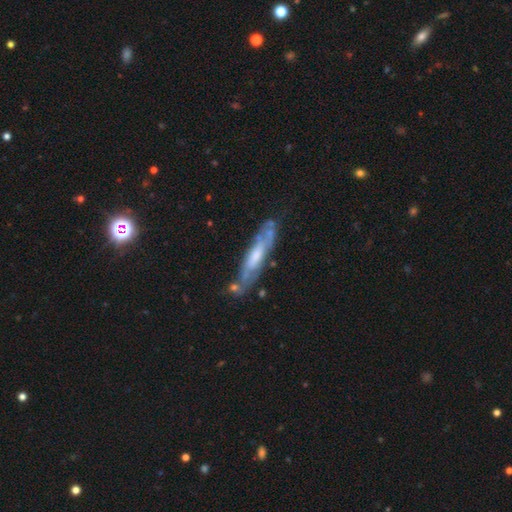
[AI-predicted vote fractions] This is likely a featured or disk galaxy (65%). It is possibly viewed edge-on (51%). Merging: likely none (65%).